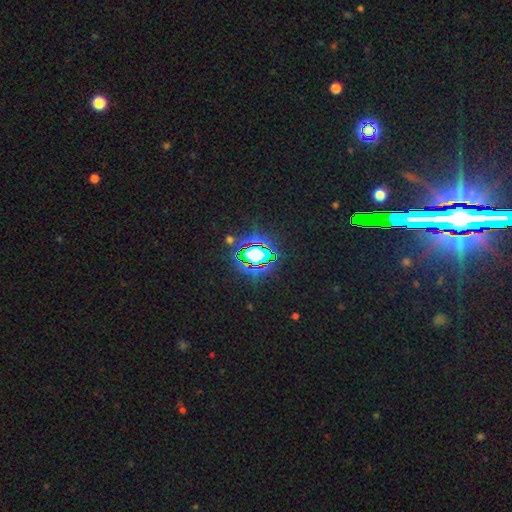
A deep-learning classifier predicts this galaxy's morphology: Q: Smooth or featured?
A: star or artifact (71%); runner-up: smooth (18%)